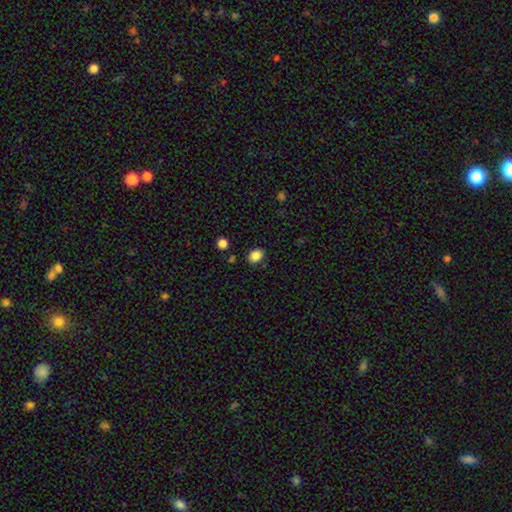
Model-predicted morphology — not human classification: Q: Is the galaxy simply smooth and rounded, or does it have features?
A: smooth — 86%.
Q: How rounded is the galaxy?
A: in between — 56%.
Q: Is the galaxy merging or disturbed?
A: none — 85%.